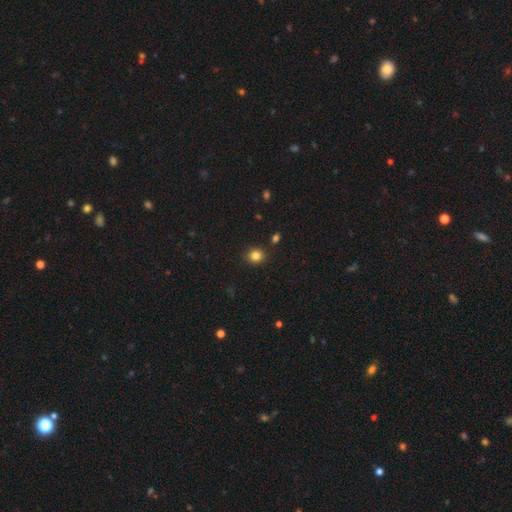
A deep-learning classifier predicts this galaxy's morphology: Smooth or featured? Predicted: smooth (p=0.83). How rounded? Predicted: round (p=0.85). Merging? Predicted: none (p=0.89).